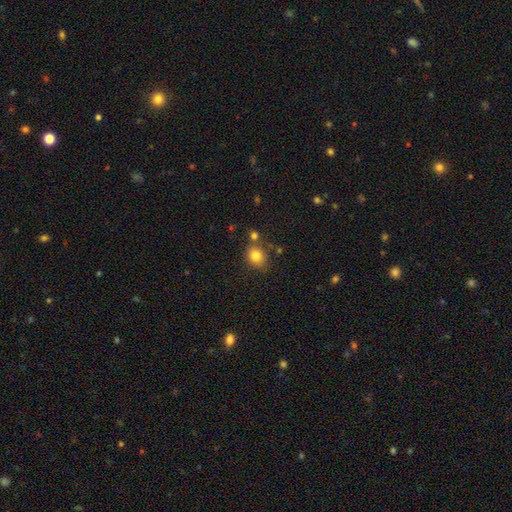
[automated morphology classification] Smooth or featured? Predicted: smooth (p=0.82). How rounded? Predicted: round (p=0.57). Merging? Predicted: none (p=0.69).